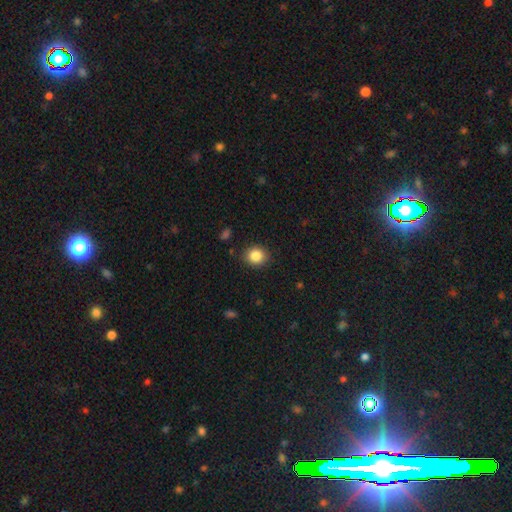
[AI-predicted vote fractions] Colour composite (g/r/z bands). It shows a smooth galaxy with no disk features (85%) that is round (77%). Merging: none (88%).